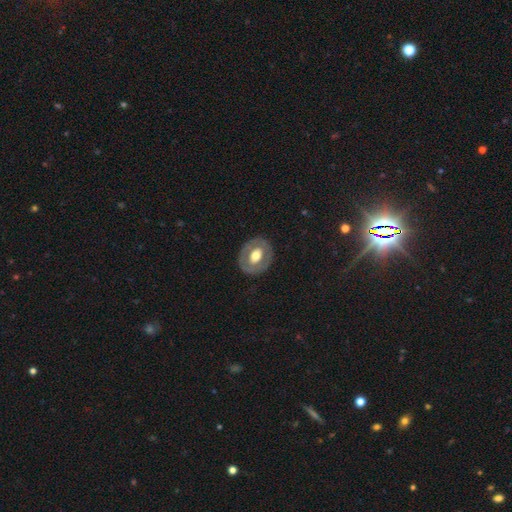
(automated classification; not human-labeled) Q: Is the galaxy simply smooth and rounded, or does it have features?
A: featured or disk — 50%.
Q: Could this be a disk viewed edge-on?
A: no — 94%.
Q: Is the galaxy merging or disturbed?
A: none — 83%.